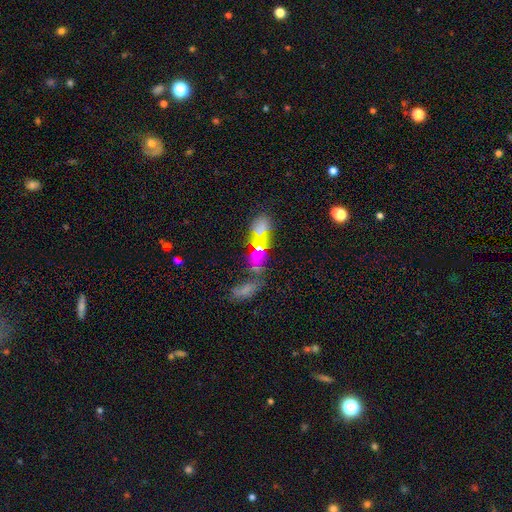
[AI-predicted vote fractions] smooth 49%, star or artifact 31%, featured or disk 19%. Down the decision tree: merging — none (55%).